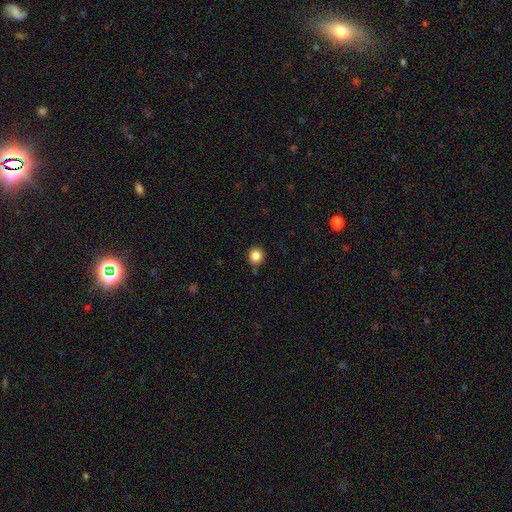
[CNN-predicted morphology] Smooth or featured? Predicted: smooth (p=0.85). How rounded? Predicted: round (p=0.92). Merging? Predicted: none (p=0.85).